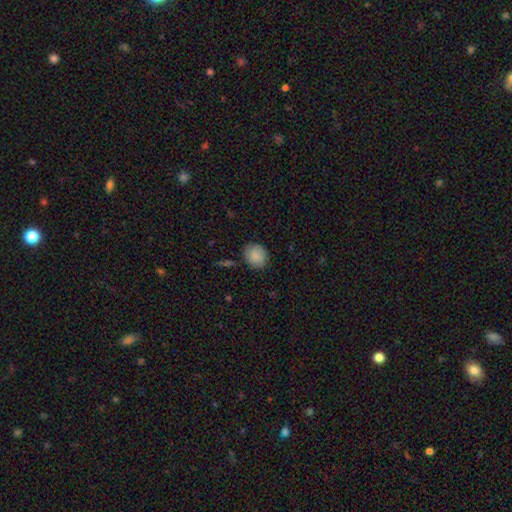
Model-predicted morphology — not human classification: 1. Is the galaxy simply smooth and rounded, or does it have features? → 88% smooth, 7% star or artifact, 4% featured or disk.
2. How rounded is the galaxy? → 67% round, 32% in between, 1% cigar-shaped.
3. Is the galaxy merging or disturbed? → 85% none, 11% minor disturbance, 3% major disturbance, 2% merger.